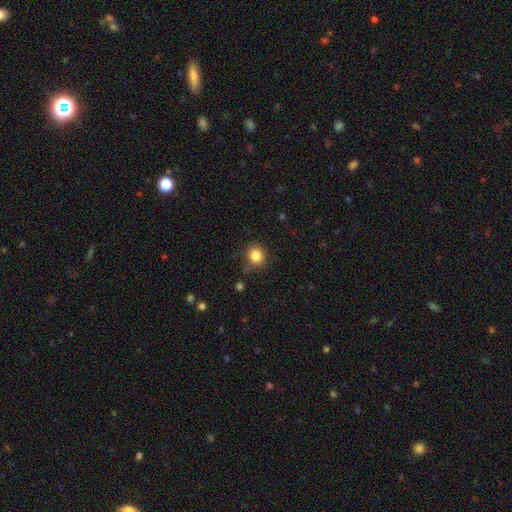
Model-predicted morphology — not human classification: Q: Smooth or featured?
A: smooth (84%); runner-up: star or artifact (11%)
Q: How rounded?
A: round (85%); runner-up: in between (14%)
Q: Merging?
A: none (84%); runner-up: minor disturbance (11%)